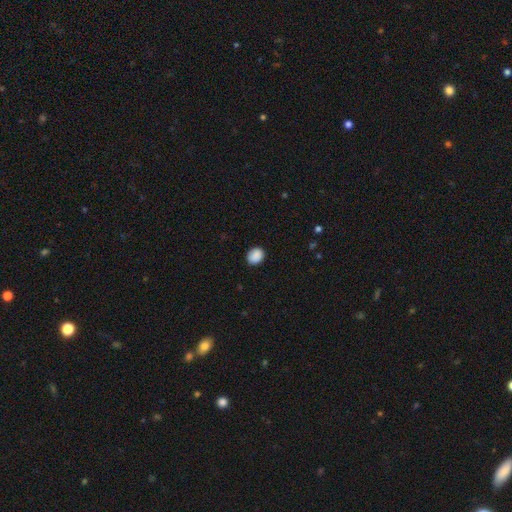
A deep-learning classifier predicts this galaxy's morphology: smooth 89%, star or artifact 8%, featured or disk 3%. Down the decision tree: how rounded — round (52%); merging — none (86%).